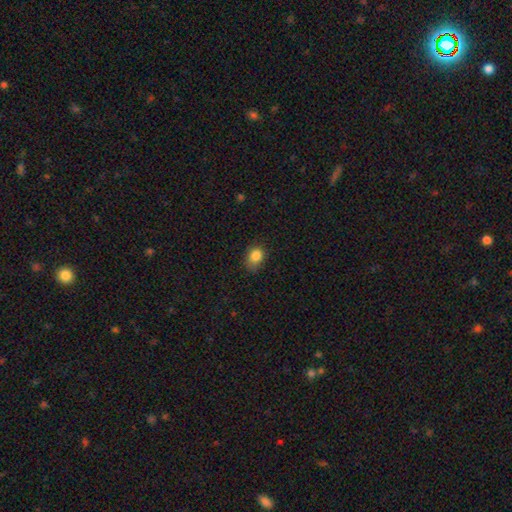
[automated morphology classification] Q: Smooth or featured?
A: smooth (84%); runner-up: star or artifact (11%)
Q: How rounded?
A: in between (54%); runner-up: round (45%)
Q: Merging?
A: none (61%); runner-up: minor disturbance (30%)